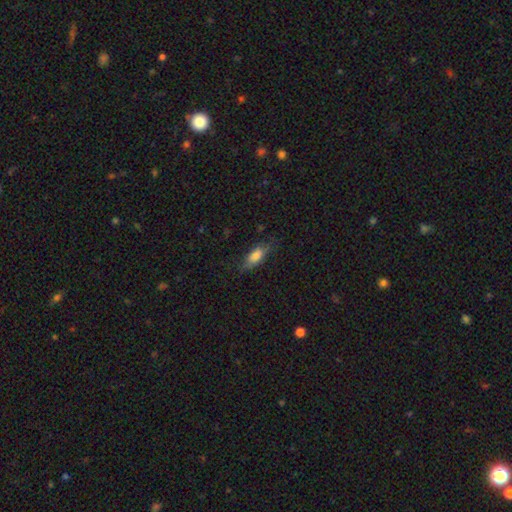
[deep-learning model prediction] A smooth galaxy with no disk features (76%) that is in between round and cigar-shaped (75%). Merging: none (69%).